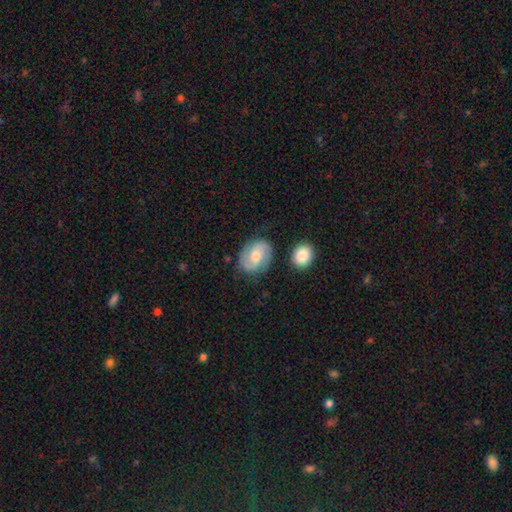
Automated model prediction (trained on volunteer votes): Smooth or featured? featured or disk (63%)
Edge-on disk? no (97%)
Bar? no (51%)
Spiral arms? yes (90%)
Spiral winding? medium (50%)
Spiral arm count? 2 (89%)
Bulge size? moderate (67%)
Merging? none (77%)